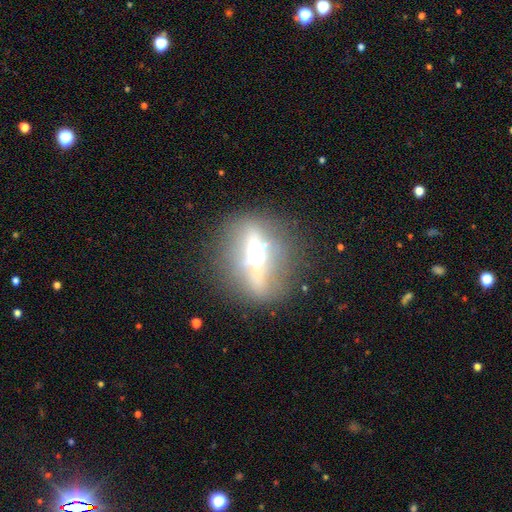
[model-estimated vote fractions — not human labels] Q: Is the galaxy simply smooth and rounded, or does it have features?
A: featured or disk — 70%.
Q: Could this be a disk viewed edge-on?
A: yes — 72%.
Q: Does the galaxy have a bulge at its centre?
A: rounded — 94%.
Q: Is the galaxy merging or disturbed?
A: none — 78%.